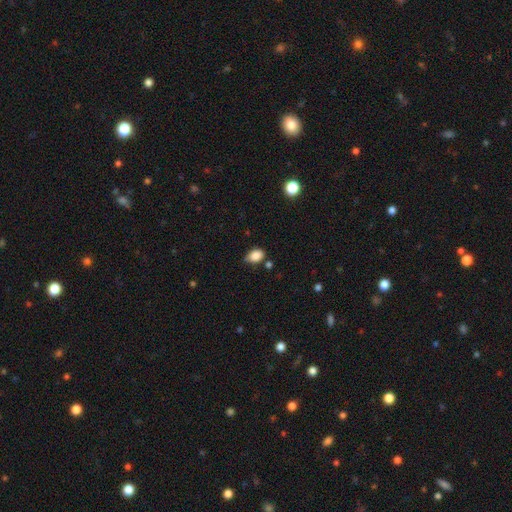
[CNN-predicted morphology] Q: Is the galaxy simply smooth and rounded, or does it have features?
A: smooth — 86%.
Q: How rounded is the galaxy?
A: in between — 80%.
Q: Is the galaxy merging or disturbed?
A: none — 61%.